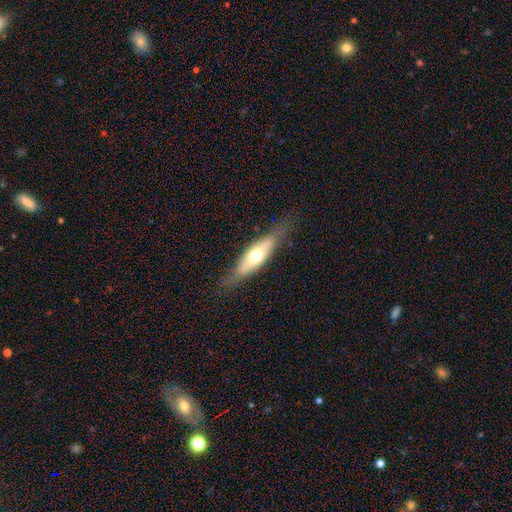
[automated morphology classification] This appears to be a smooth galaxy with no disk features (48%). Merging: none (74%).